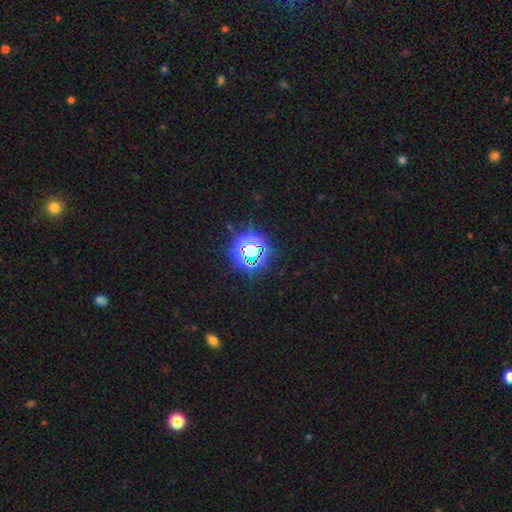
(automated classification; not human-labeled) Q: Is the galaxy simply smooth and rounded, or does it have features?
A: star or artifact — 78%.